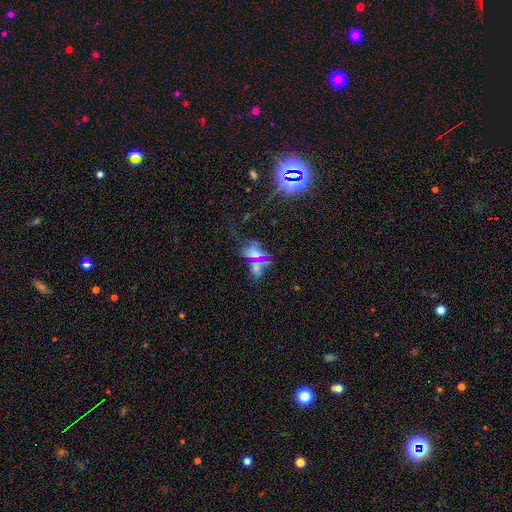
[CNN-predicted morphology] smooth_or_featured: smooth (p=0.46) [alt: star or artifact p=0.33]
merging: merger (p=0.47) [alt: none p=0.28]